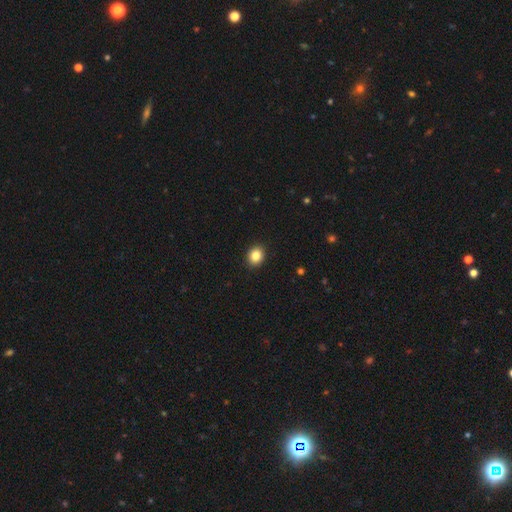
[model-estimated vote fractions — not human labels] The model was most divided on "how rounded": round: 63%, in between: 36%, cigar-shaped: 1%. More confident: merging — none (92%); smooth or featured — smooth (85%).